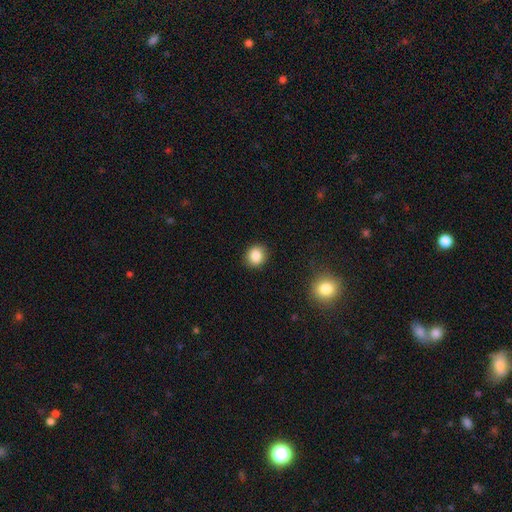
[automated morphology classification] Smooth or featured? Predicted: smooth (p=0.85). How rounded? Predicted: round (p=0.78). Merging? Predicted: none (p=0.89).